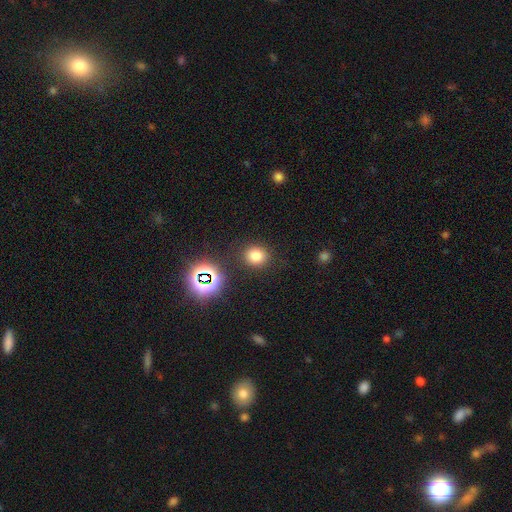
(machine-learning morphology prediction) smooth 74%, star or artifact 19%, featured or disk 7%. Down the decision tree: how rounded — round (76%); merging — none (85%).